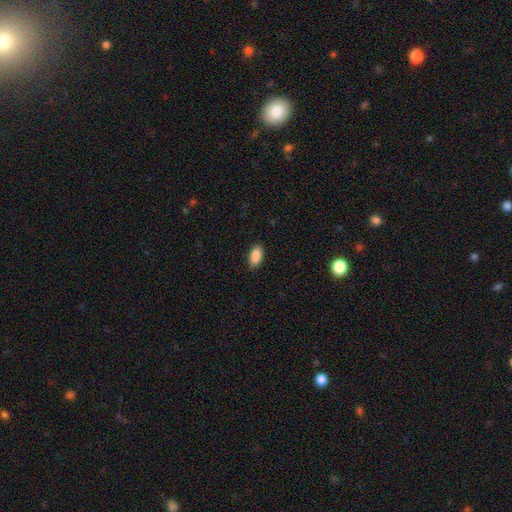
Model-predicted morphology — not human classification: Smooth or featured?
  - smooth: 89% *
  - star or artifact: 7%
  - featured or disk: 4%
How rounded?
  - in between: 92% *
  - cigar-shaped: 4%
  - round: 3%
Merging?
  - none: 86% *
  - minor disturbance: 11%
  - major disturbance: 2%
  - merger: 1%